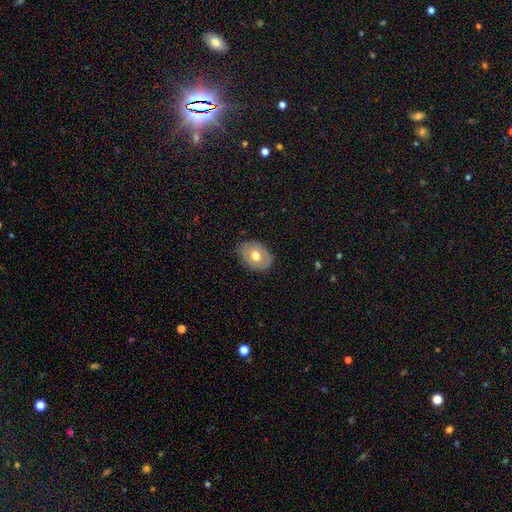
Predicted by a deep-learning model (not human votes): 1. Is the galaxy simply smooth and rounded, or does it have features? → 56% smooth, 37% featured or disk, 7% star or artifact.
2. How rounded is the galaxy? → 72% in between, 27% round, 1% cigar-shaped.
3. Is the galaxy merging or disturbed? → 78% none, 17% minor disturbance, 4% major disturbance, 1% merger.